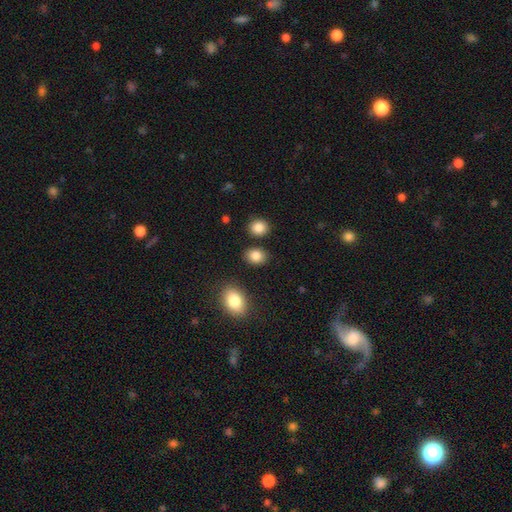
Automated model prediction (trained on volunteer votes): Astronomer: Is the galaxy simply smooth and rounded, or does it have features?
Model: smooth — 86%.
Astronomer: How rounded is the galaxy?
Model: in between — 68%.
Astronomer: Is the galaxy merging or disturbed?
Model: none — 84%.